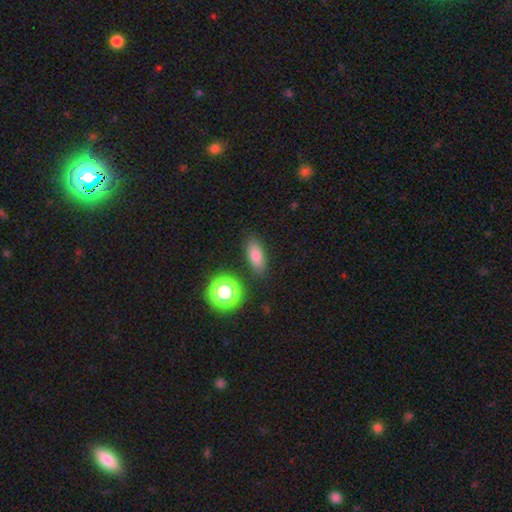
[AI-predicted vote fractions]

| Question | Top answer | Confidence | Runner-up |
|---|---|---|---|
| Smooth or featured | smooth | 78% | star or artifact (13%) |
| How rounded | in between | 73% | cigar-shaped (17%) |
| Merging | none | 86% | minor disturbance (9%) |